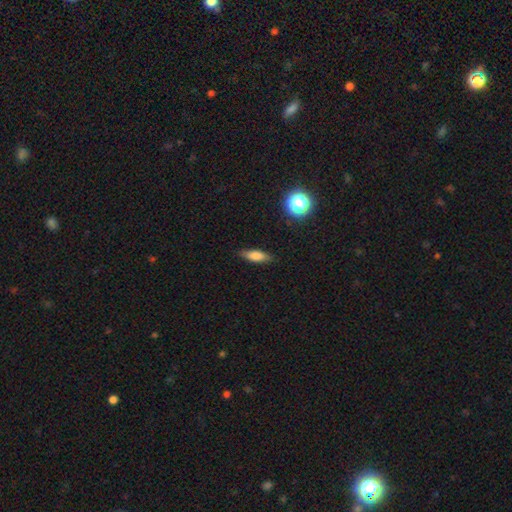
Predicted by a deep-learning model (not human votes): The model was most divided on "how rounded": in between: 52%, cigar-shaped: 45%, round: 4%. More confident: merging — none (85%); smooth or featured — smooth (74%).